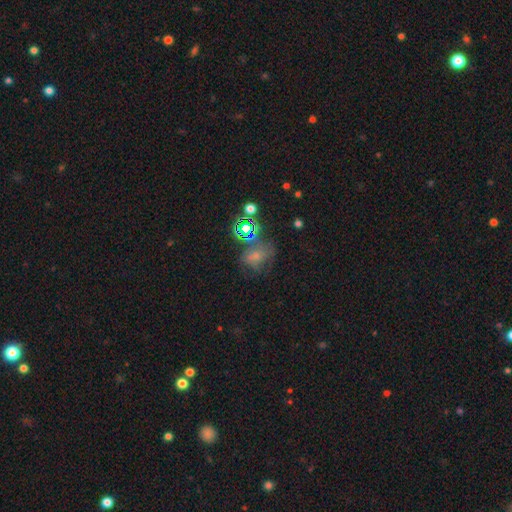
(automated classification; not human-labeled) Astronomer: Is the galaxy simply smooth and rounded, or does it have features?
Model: smooth — 46% (runner-up: star or artifact, 32%).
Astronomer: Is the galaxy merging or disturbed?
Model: none — 45% (runner-up: minor disturbance, 23%).